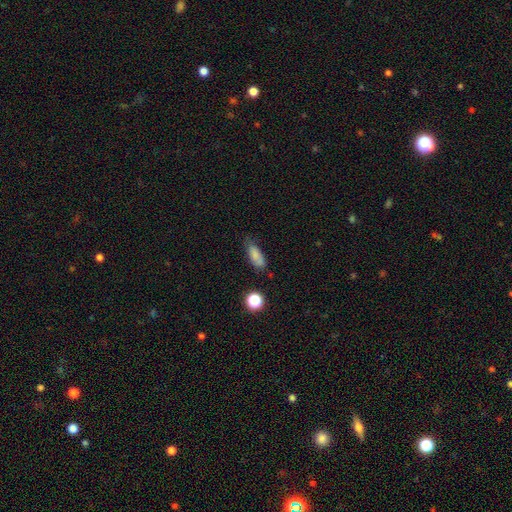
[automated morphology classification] A smooth galaxy with no disk features (78%) that is in between round and cigar-shaped (75%).

Vote fractions:
- Smooth or featured? smooth: 78% / featured or disk: 12% / star or artifact: 11%
- How rounded? in between: 75% / cigar-shaped: 20% / round: 4%
- Merging? none: 62% / minor disturbance: 27% / major disturbance: 7% / merger: 4%